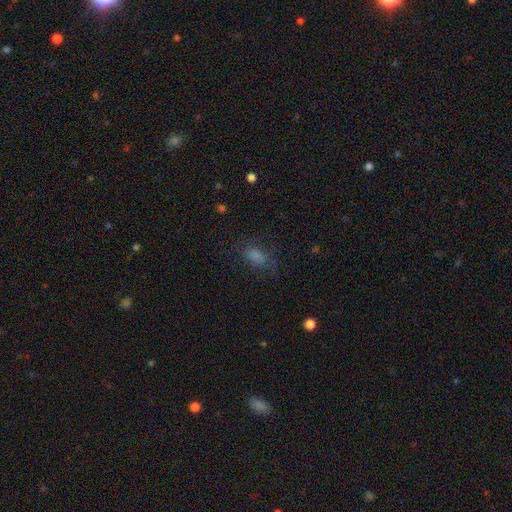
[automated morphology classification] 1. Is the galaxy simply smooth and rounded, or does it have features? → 63% smooth, 22% star or artifact, 15% featured or disk.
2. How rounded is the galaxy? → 81% in between, 13% round, 6% cigar-shaped.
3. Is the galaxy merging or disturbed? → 72% none, 16% minor disturbance, 10% major disturbance, 1% merger.